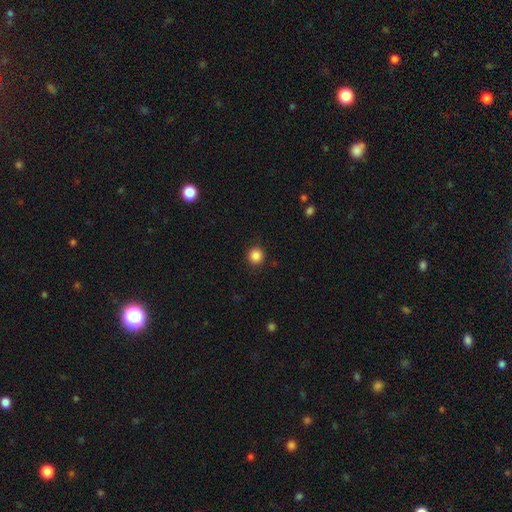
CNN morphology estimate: type=smooth (86%); roundness=round (94%); merging=none (91%).